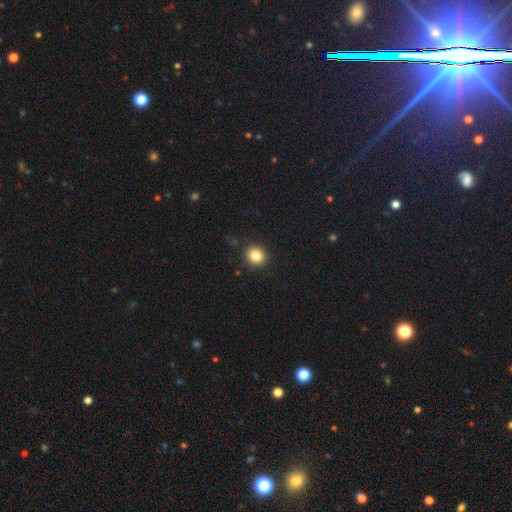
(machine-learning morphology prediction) Smooth or featured: smooth — 83% (star or artifact — 11%)
How rounded: round — 85% (in between — 14%)
Merging: none — 90% (minor disturbance — 7%)